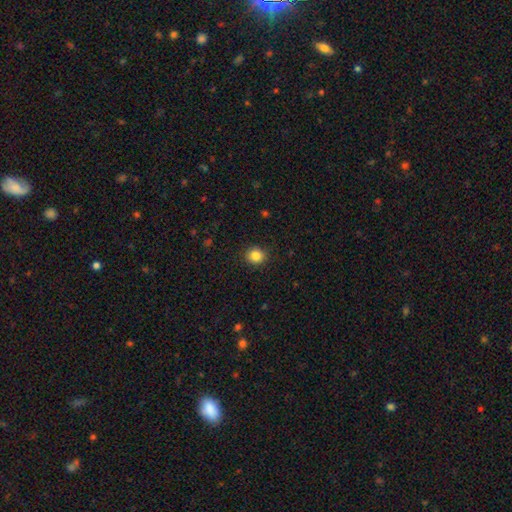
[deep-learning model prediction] Smooth or featured? Predicted: smooth (p=0.85). How rounded? Predicted: round (p=0.85). Merging? Predicted: none (p=0.90).